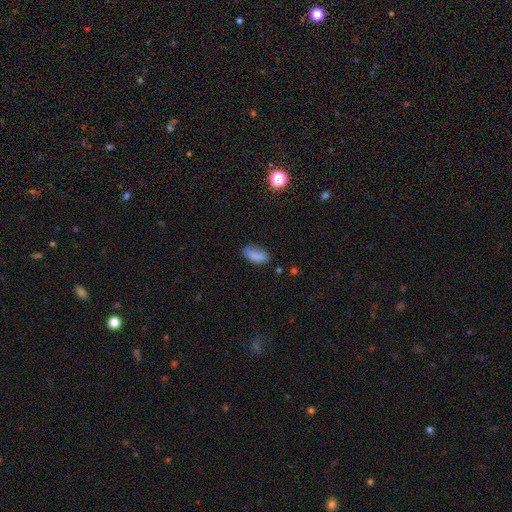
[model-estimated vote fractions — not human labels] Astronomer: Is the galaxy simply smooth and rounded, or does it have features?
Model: smooth — 83%.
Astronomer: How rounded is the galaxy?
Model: in between — 90%.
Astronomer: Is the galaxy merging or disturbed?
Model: none — 64%.